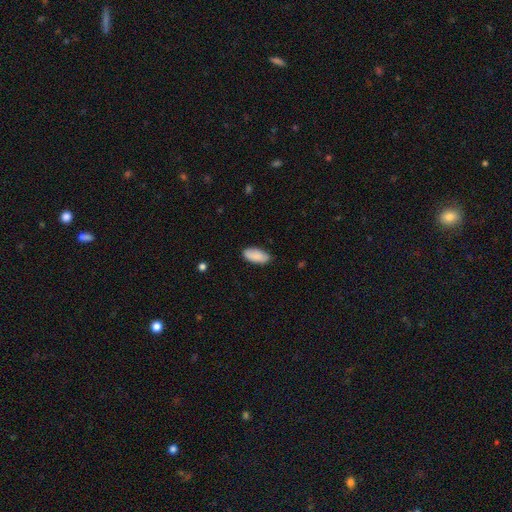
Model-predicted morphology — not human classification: Smooth or featured? Predicted: smooth (p=0.89). How rounded? Predicted: in between (p=0.90). Merging? Predicted: none (p=0.82).